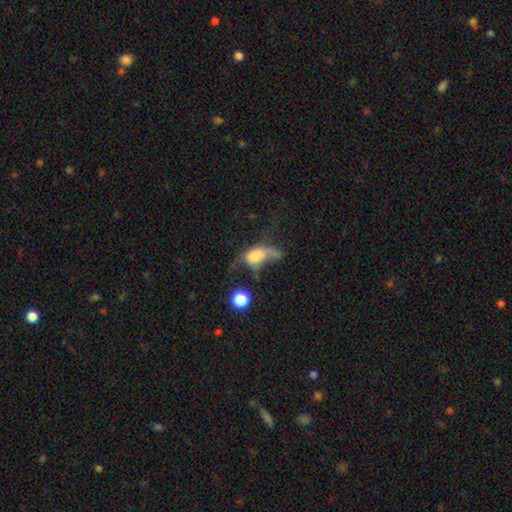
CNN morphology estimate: This is possibly a smooth galaxy (58%). How rounded: likely in between (79%). Merging: possibly major disturbance (47%).